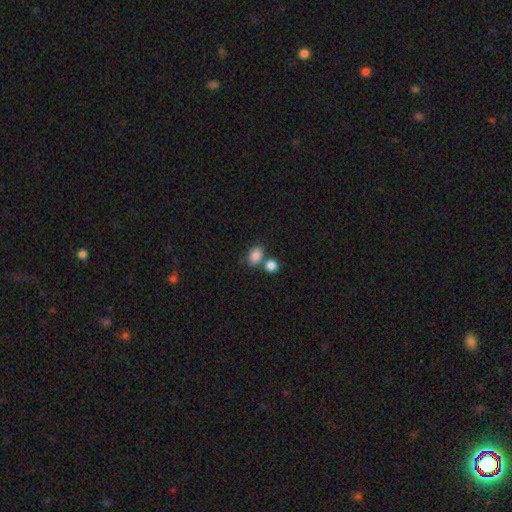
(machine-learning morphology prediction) type=smooth (85%); roundness=in between (71%); merging=none (52%).